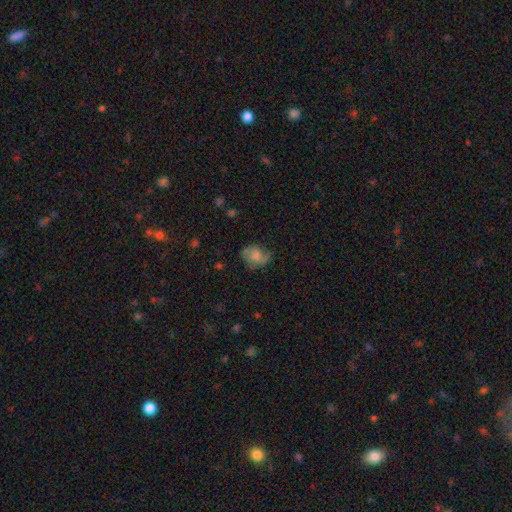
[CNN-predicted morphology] Overall: smooth (51%; featured or disk 40%). How rounded: in between (55%; round 44%). Merging: none (63%; minor disturbance 25%).